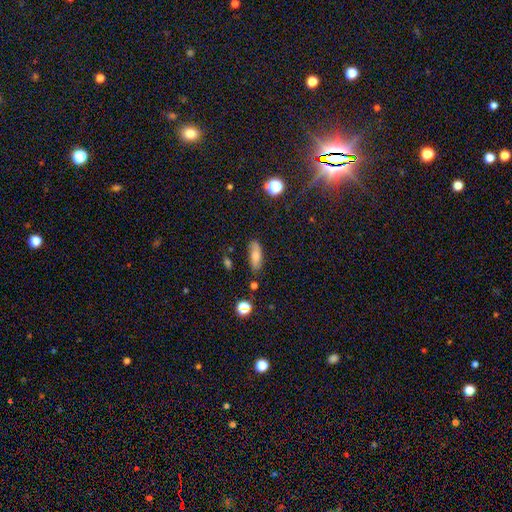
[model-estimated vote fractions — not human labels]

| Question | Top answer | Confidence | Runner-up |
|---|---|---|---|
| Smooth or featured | smooth | 72% | featured or disk (18%) |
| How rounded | in between | 64% | cigar-shaped (32%) |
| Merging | none | 75% | minor disturbance (18%) |